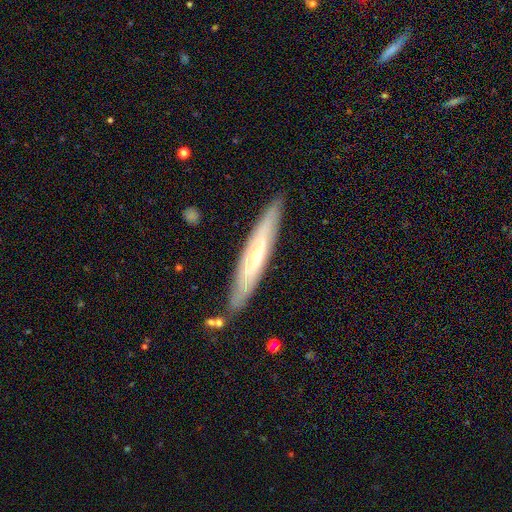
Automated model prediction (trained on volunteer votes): This appears to be a featured or disk galaxy (65%) viewed edge-on (67%). Merging: none (85%).